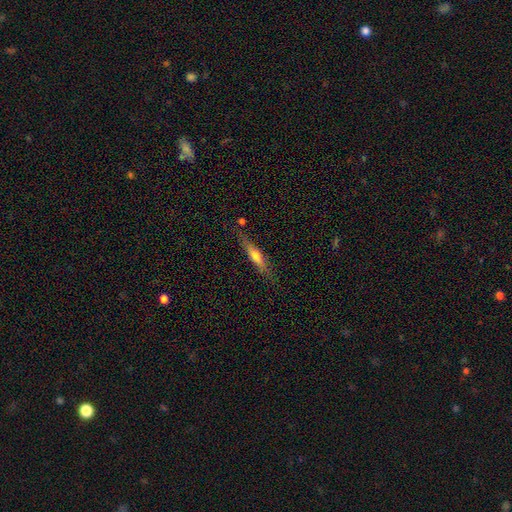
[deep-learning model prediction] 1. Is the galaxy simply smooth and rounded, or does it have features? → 48% smooth, 45% featured or disk, 7% star or artifact.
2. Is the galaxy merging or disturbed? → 79% none, 15% minor disturbance, 4% major disturbance, 3% merger.